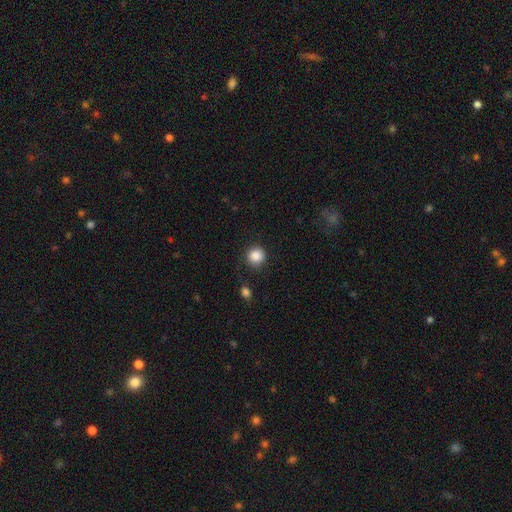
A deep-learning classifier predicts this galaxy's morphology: smooth-or-featured: smooth: 87% | star or artifact: 9% | featured or disk: 4%
  how-rounded: round: 91% | in between: 8% | cigar-shaped: 1%
  merging: none: 83% | minor disturbance: 11% | major disturbance: 4% | merger: 2%